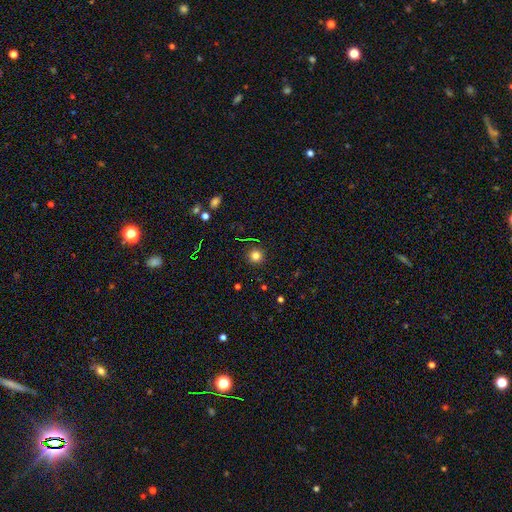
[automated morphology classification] Q: Smooth or featured?
A: smooth (78%); runner-up: star or artifact (16%)
Q: How rounded?
A: round (95%); runner-up: in between (4%)
Q: Merging?
A: none (91%); runner-up: minor disturbance (6%)